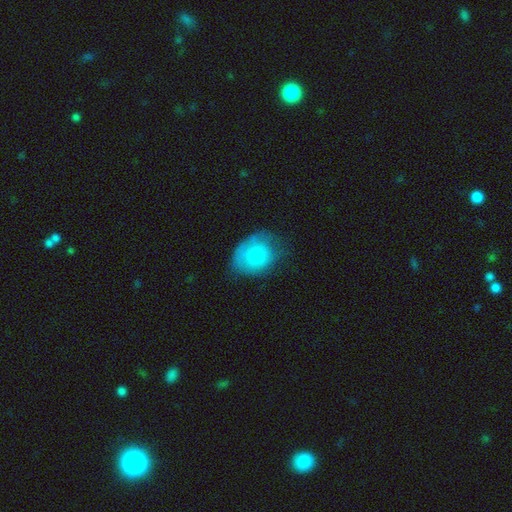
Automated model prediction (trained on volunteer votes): Smooth or featured? Predicted: smooth (p=0.71). How rounded? Predicted: in between (p=0.62). Merging? Predicted: none (p=0.47).